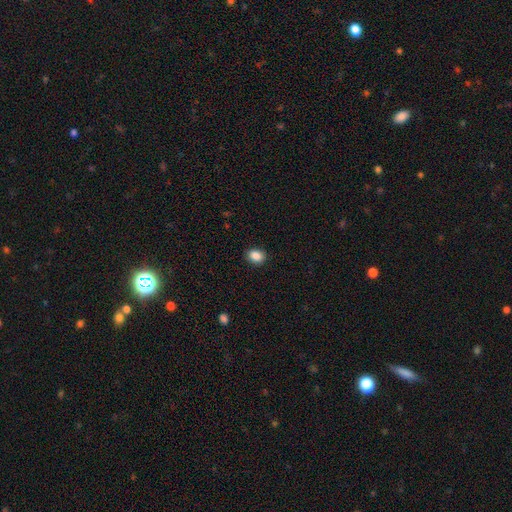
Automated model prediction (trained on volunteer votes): Q: Smooth or featured?
A: smooth (88%); runner-up: star or artifact (9%)
Q: How rounded?
A: in between (61%); runner-up: round (38%)
Q: Merging?
A: none (89%); runner-up: minor disturbance (8%)